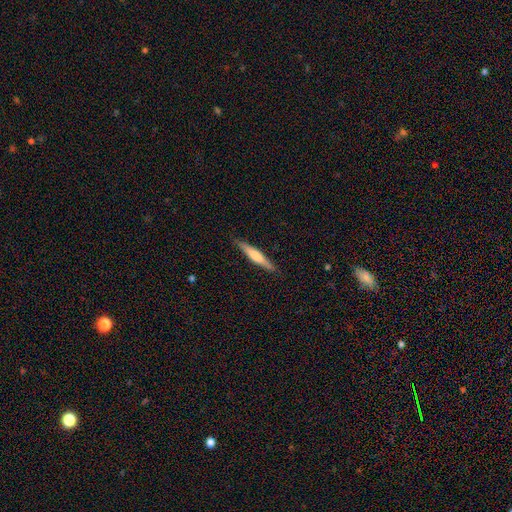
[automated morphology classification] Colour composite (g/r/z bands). It shows a smooth galaxy with no disk features (53%) that is cigar-shaped (91%). Merging: none (89%).